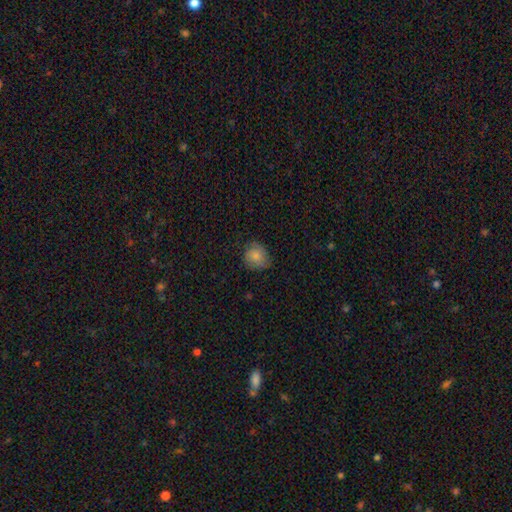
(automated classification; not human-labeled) Smooth or featured? smooth (78%)
How rounded? round (71%)
Merging? none (66%)